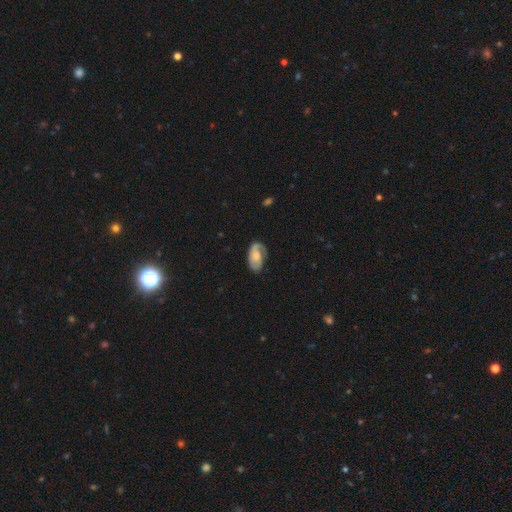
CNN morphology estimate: Q: Smooth or featured?
A: featured or disk (58%); runner-up: smooth (35%)
Q: Edge-on disk?
A: no (95%); runner-up: yes (5%)
Q: Bar?
A: no (68%); runner-up: weak (26%)
Q: Spiral arms?
A: yes (85%); runner-up: no (15%)
Q: Bulge size?
A: moderate (42%); runner-up: small (35%)
Q: Merging?
A: none (63%); runner-up: minor disturbance (24%)